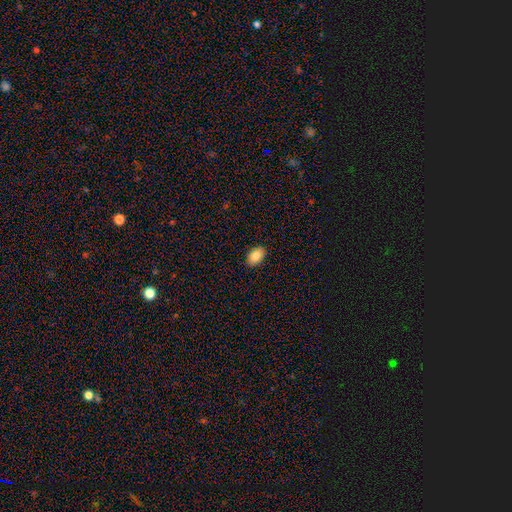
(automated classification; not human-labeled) A smooth galaxy with no disk features (86%) that is in between round and cigar-shaped (88%).

Vote fractions:
- Smooth or featured? smooth: 86% / star or artifact: 7% / featured or disk: 7%
- How rounded? in between: 88% / round: 11% / cigar-shaped: 1%
- Merging? none: 90% / minor disturbance: 8% / major disturbance: 2% / merger: 1%